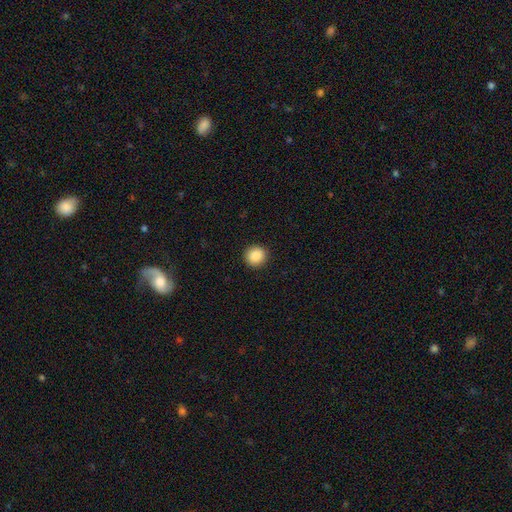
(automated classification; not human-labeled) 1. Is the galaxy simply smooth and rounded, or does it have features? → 88% smooth, 9% star or artifact, 4% featured or disk.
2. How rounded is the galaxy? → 93% round, 6% in between, 1% cigar-shaped.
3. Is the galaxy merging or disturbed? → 93% none, 5% minor disturbance, 2% major disturbance, 1% merger.